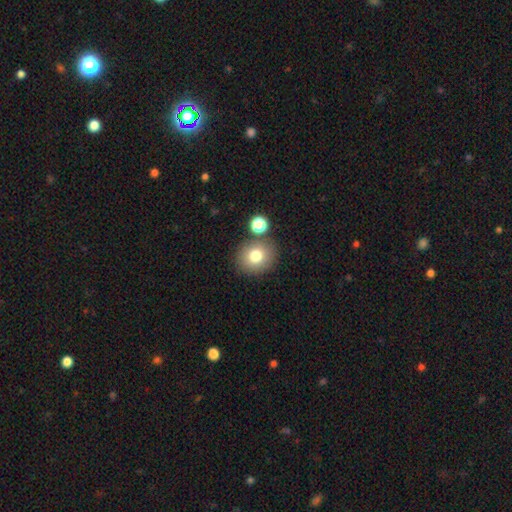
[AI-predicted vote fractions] The model was most divided on "how rounded": round: 75%, in between: 24%, cigar-shaped: 1%. More confident: smooth or featured — smooth (78%); merging — none (77%).